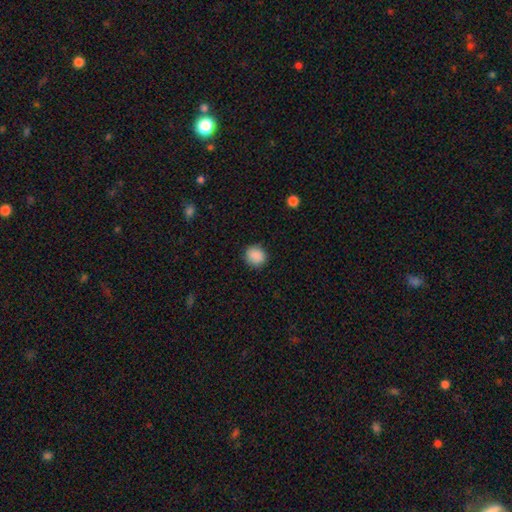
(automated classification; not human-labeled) This is clearly a smooth galaxy (89%). How rounded: clearly round (82%). Merging: clearly none (87%).